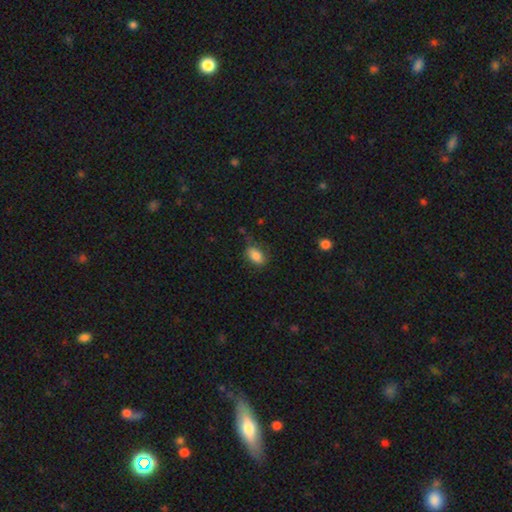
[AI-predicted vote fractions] Smooth or featured: smooth — 84% (star or artifact — 8%)
How rounded: in between — 88% (round — 10%)
Merging: none — 62% (minor disturbance — 26%)